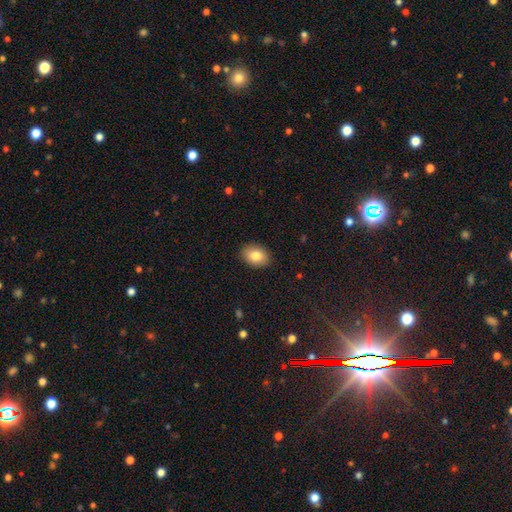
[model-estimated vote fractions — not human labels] This appears to be a smooth galaxy with no disk features (83%) that is in between round and cigar-shaped (72%). Merging: none (90%).